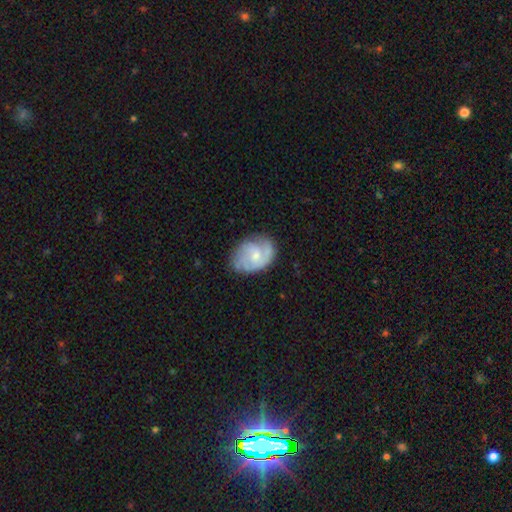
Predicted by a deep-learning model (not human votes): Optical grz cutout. It shows a featured or disk galaxy (75%) with no bar (58%), 2 (44%) medium (45%) spiral arms (93%) and a small central bulge (56%). Merging: none (68%).